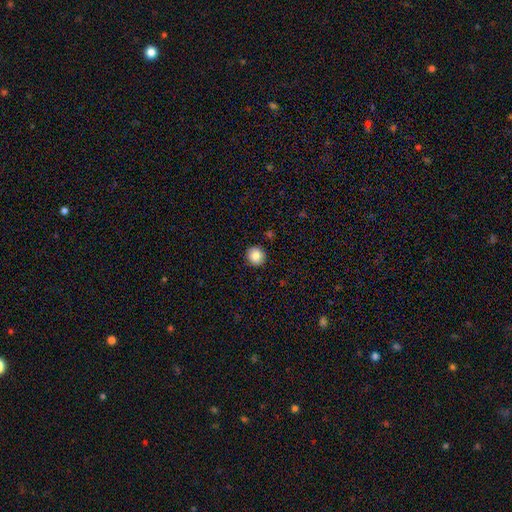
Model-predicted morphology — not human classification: Smooth or featured? Predicted: smooth (p=0.87). How rounded? Predicted: round (p=0.92). Merging? Predicted: none (p=0.90).